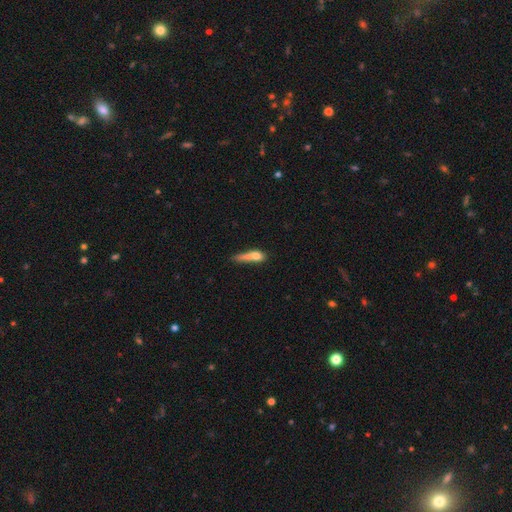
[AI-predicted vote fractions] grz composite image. It shows a smooth galaxy with no disk features (65%) that is cigar-shaped (62%). Merging: none (30%).